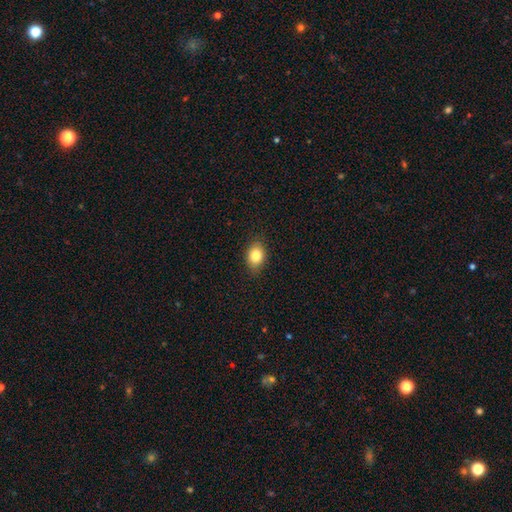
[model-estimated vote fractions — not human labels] Smooth or featured? smooth (84%)
How rounded? in between (74%)
Merging? none (86%)